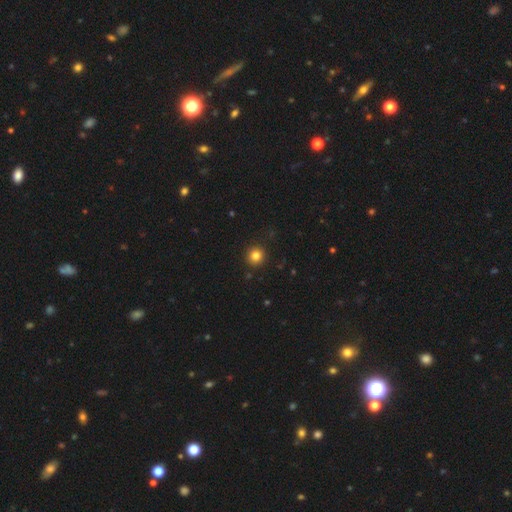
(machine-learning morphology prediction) A smooth galaxy with no disk features (83%) that is round (94%). Merging: none (92%).